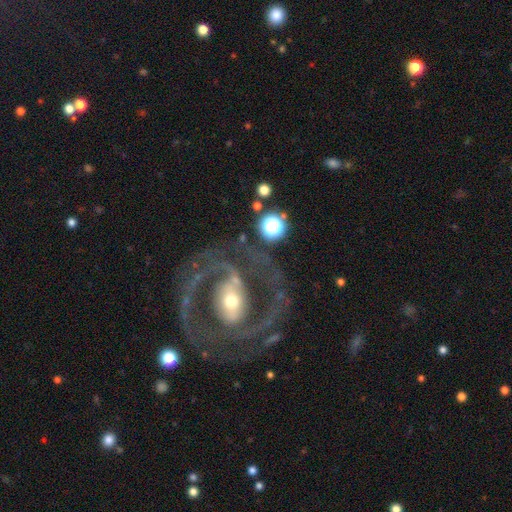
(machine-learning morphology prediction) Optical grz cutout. It shows a featured or disk galaxy (88%) with a strong bar (44%), 2 (87%) medium (50%) spiral arms (88%) and a moderate central bulge (48%). Merging: none (76%).